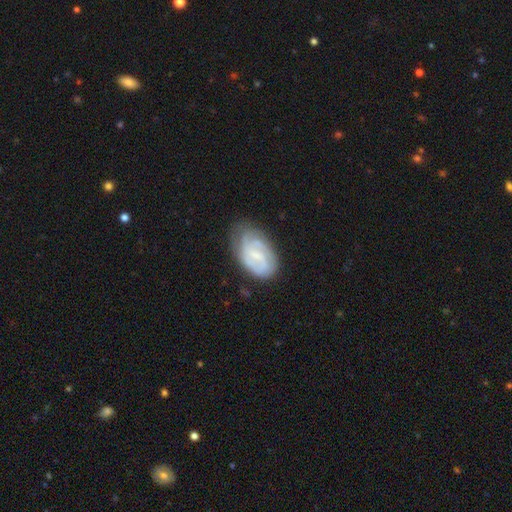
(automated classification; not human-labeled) This appears to be a featured or disk galaxy (70%) with a weak bar (53%), 2 (46%) tight (52%) spiral arms (90%) and a small central bulge (49%). Merging: none (61%).